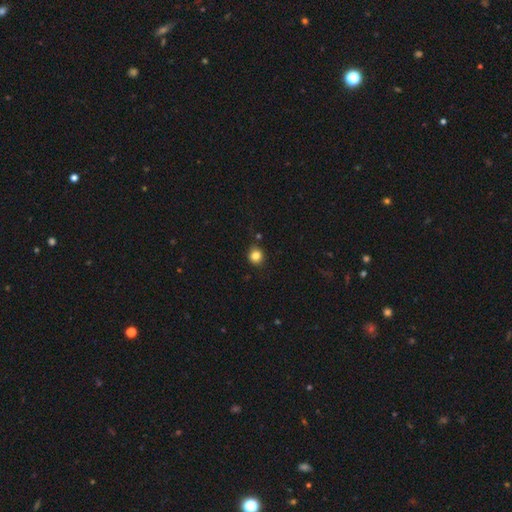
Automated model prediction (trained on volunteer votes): A smooth galaxy with no disk features (83%) that is round (83%).

Vote fractions:
- Smooth or featured? smooth: 83% / star or artifact: 12% / featured or disk: 6%
- How rounded? round: 83% / in between: 16% / cigar-shaped: 1%
- Merging? none: 85% / minor disturbance: 10% / merger: 3% / major disturbance: 2%